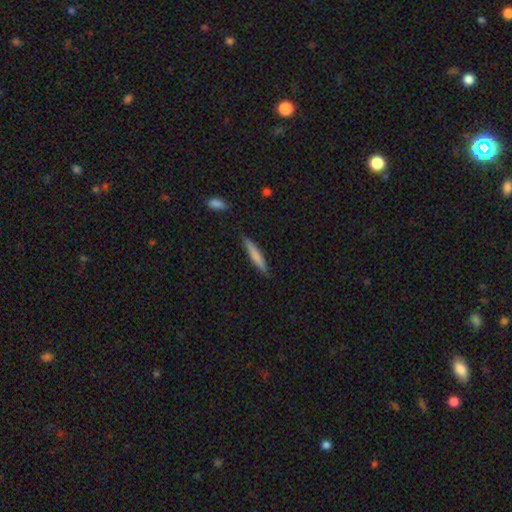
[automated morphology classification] This appears to be a smooth galaxy with no disk features (70%) that is cigar-shaped (93%). Merging: none (86%).